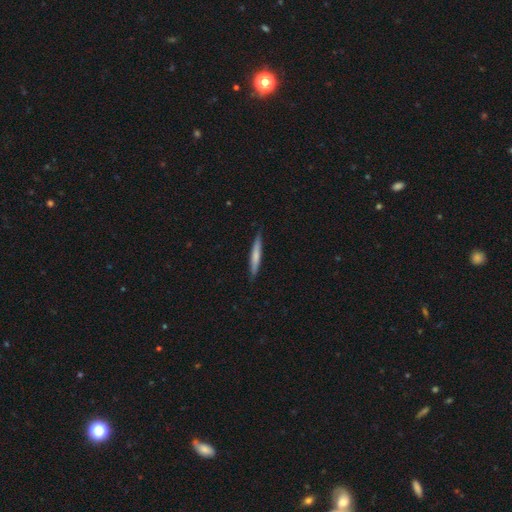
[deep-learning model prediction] A smooth galaxy with no disk features (65%) that is cigar-shaped (95%). Merging: none (89%).